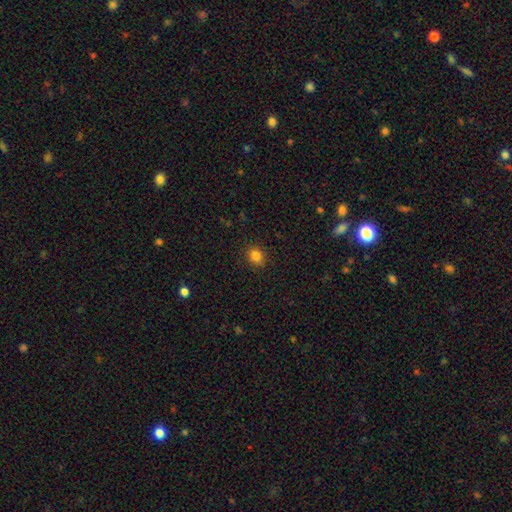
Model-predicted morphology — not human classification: This appears to be a smooth galaxy with no disk features (83%) that is round (66%). Merging: none (89%).